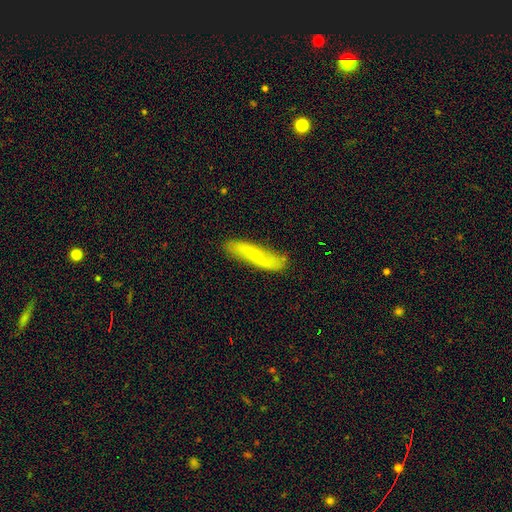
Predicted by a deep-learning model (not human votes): Q: Smooth or featured?
A: featured or disk (53%); runner-up: smooth (40%)
Q: Edge-on disk?
A: no (69%); runner-up: yes (31%)
Q: Merging?
A: none (73%); runner-up: minor disturbance (20%)